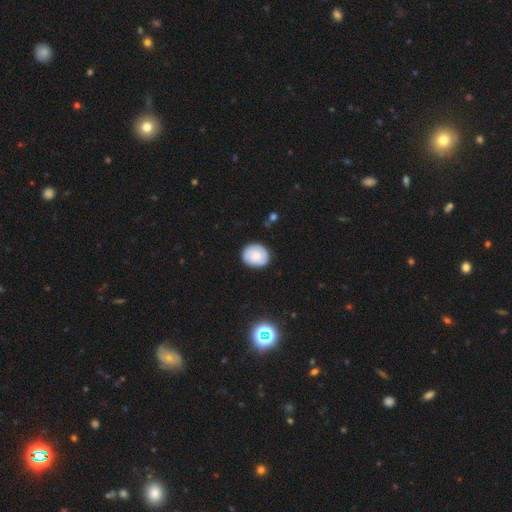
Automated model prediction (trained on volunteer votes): The model was most divided on "how rounded": round: 63%, in between: 36%, cigar-shaped: 1%. More confident: merging — none (82%); smooth or featured — smooth (74%).